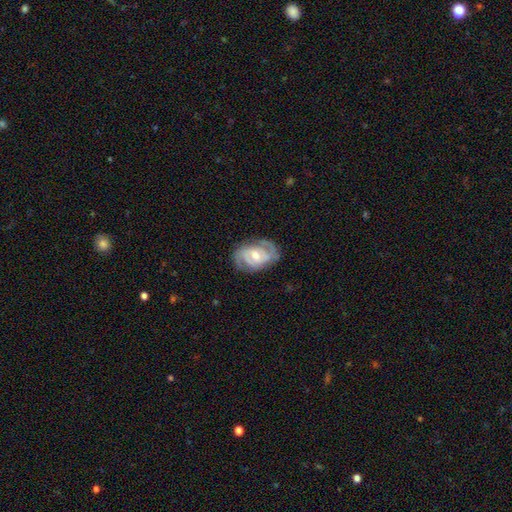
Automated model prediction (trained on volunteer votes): Smooth or featured? featured or disk (80%)
Edge-on disk? no (97%)
Bar? weak (48%)
Spiral arms? yes (92%)
Spiral winding? tight (46%)
Spiral arm count? 2 (68%)
Bulge size? moderate (62%)
Merging? none (72%)